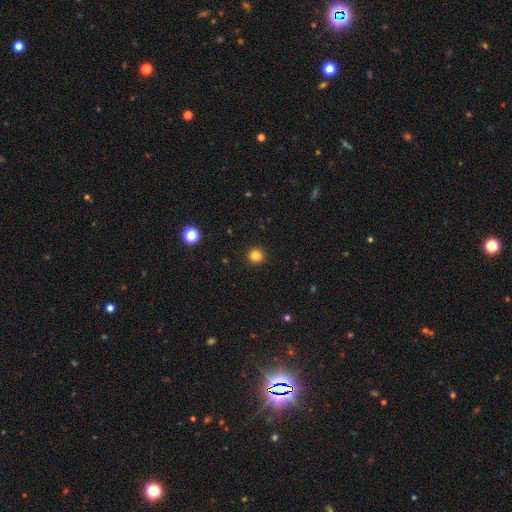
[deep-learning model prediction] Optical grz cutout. It shows a smooth galaxy with no disk features (81%) that is round (82%). Merging: none (83%).